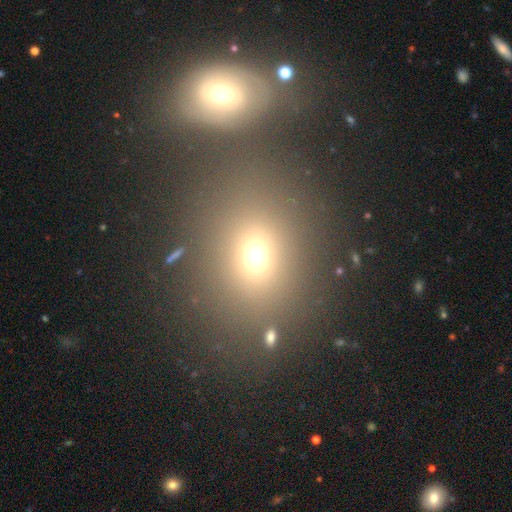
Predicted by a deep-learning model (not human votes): A smooth galaxy with no disk features (66%) that is round (59%).

Vote fractions:
- Smooth or featured? smooth: 66% / star or artifact: 20% / featured or disk: 14%
- How rounded? round: 59% / in between: 40% / cigar-shaped: 1%
- Merging? none: 64% / merger: 20% / minor disturbance: 10% / major disturbance: 6%